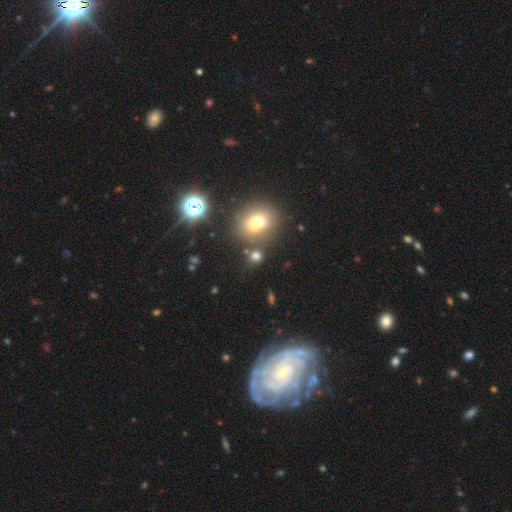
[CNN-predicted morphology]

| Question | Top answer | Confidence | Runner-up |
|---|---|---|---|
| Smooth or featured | smooth | 69% | star or artifact (22%) |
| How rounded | round | 73% | in between (25%) |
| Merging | none | 69% | merger (14%) |